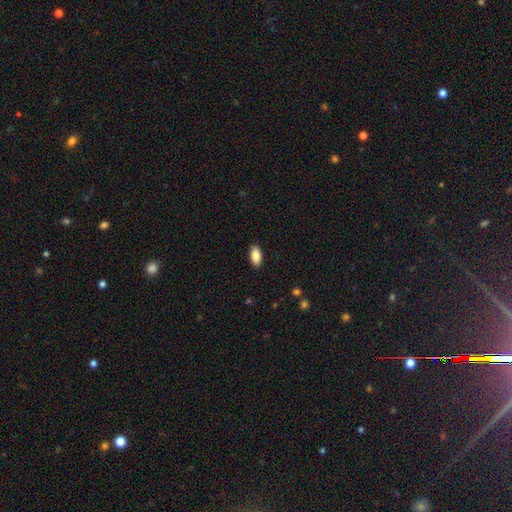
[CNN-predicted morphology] Smooth or featured? Predicted: smooth (p=0.86). How rounded? Predicted: in between (p=0.92). Merging? Predicted: none (p=0.89).